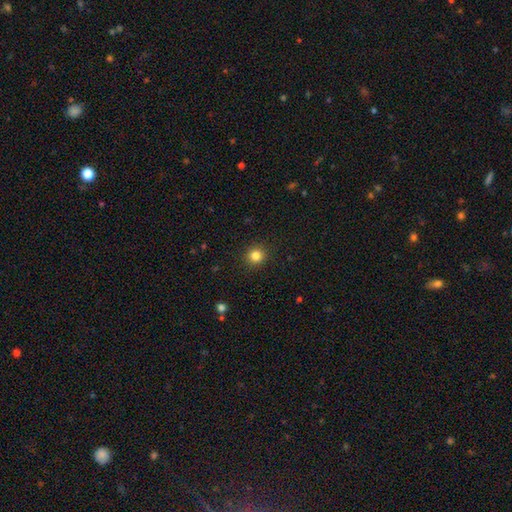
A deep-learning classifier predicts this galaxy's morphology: smooth-or-featured: smooth: 83% | star or artifact: 12% | featured or disk: 5%
  how-rounded: round: 92% | in between: 7% | cigar-shaped: 1%
  merging: none: 91% | minor disturbance: 6% | major disturbance: 2% | merger: 1%